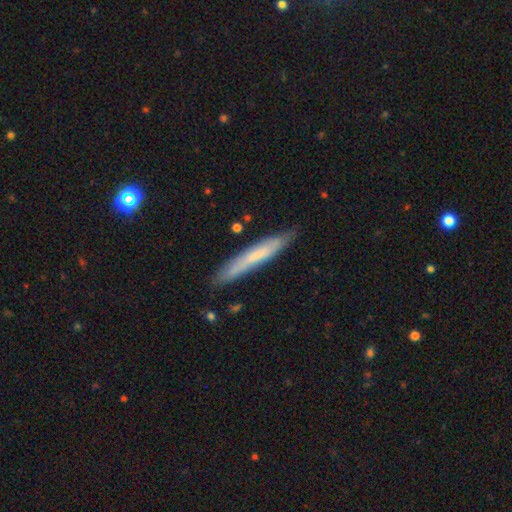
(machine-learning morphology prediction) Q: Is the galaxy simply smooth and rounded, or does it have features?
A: smooth — 57%.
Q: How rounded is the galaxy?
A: cigar-shaped — 94%.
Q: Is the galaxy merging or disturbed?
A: none — 81%.